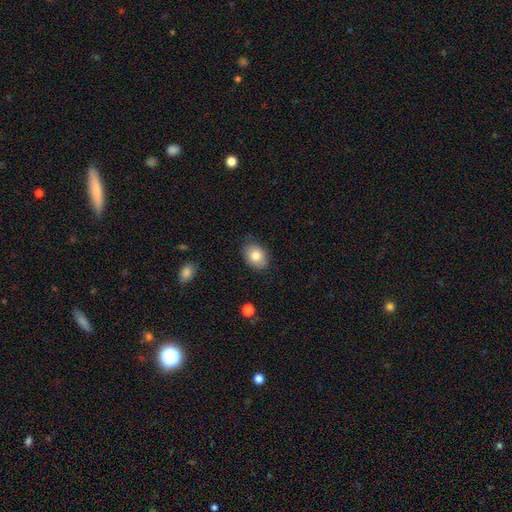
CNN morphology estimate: Overall: smooth (80%). How rounded: in between (68%; round 31%). Merging: none (83%).